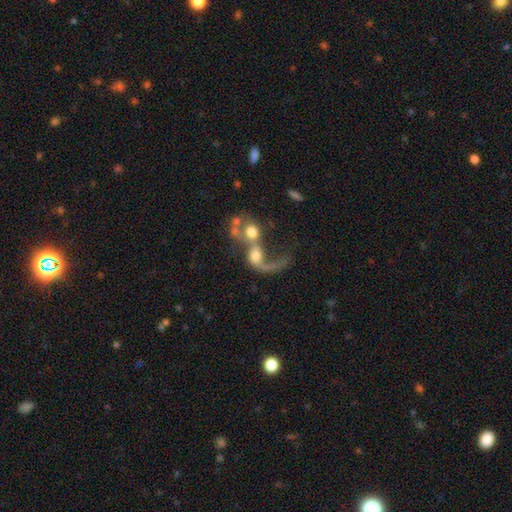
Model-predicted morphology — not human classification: featured or disk 54%, smooth 35%, star or artifact 11%. Down the decision tree: edge-on disk — no (95%); bar — no (72%); spiral arms — yes (60%); bulge size — moderate (39%); merging — merger (72%).